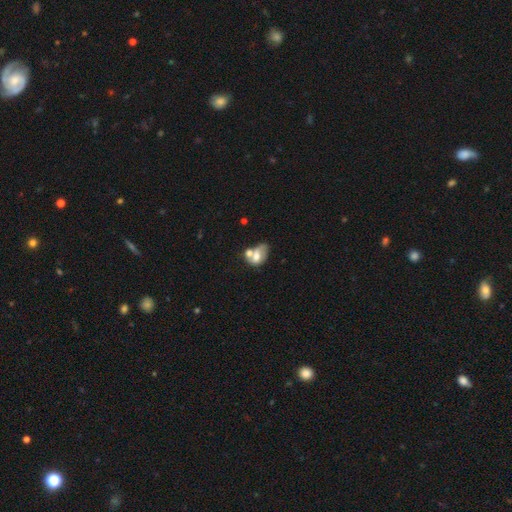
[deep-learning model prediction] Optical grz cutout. It shows a smooth galaxy with no disk features (55%) that is in between round and cigar-shaped (74%). Merging: merger (54%).